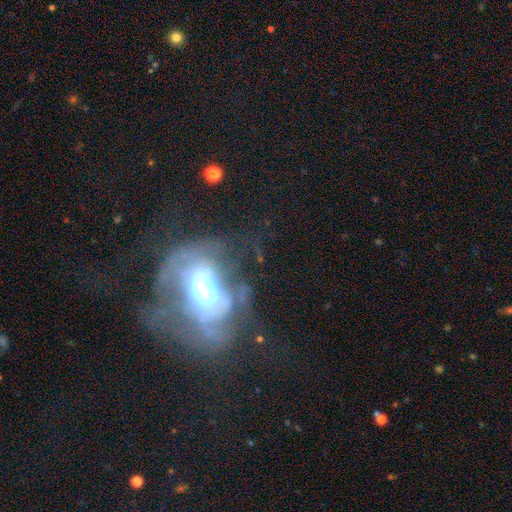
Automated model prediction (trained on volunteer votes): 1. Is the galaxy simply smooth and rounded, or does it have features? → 63% featured or disk, 18% smooth, 18% star or artifact.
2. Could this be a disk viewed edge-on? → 90% no, 10% yes.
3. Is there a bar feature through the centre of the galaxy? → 59% no, 26% weak, 15% strong.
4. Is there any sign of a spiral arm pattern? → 51% yes, 49% no.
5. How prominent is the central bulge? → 44% moderate, 39% large, 8% dominant, 6% small, 2% none.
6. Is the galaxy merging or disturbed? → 40% major disturbance, 38% none, 18% minor disturbance, 4% merger.